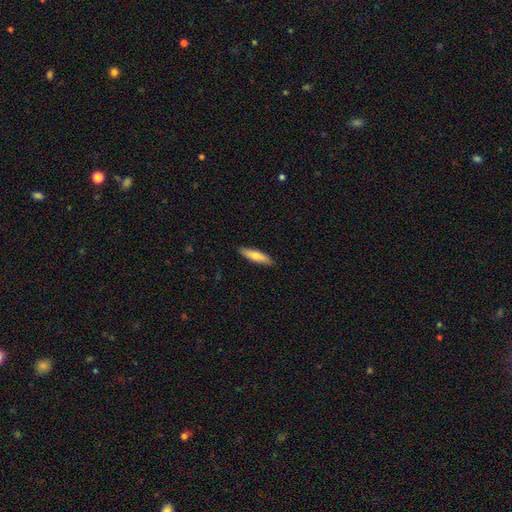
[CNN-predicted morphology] A smooth galaxy with no disk features (73%) that is cigar-shaped (70%).

Vote fractions:
- Smooth or featured? smooth: 73% / featured or disk: 22% / star or artifact: 5%
- How rounded? cigar-shaped: 70% / in between: 28% / round: 2%
- Merging? none: 89% / minor disturbance: 8% / major disturbance: 2% / merger: 1%